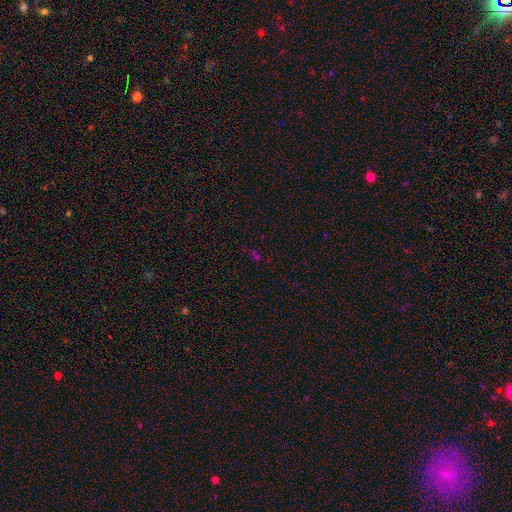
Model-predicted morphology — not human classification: The model was most divided on "smooth or featured": star or artifact: 54%, smooth: 36%, featured or disk: 10%.